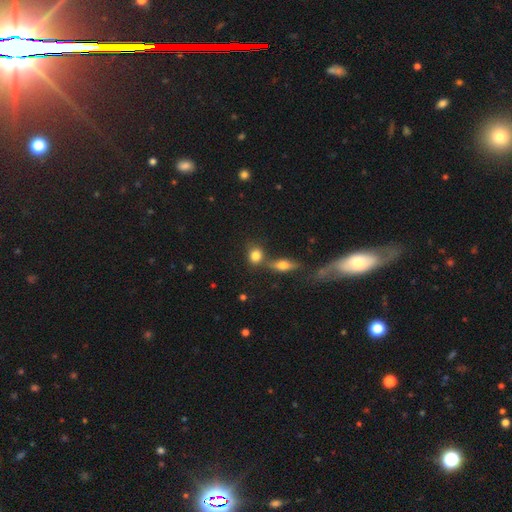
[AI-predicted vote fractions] A smooth galaxy with no disk features (79%) that is round (59%).

Vote fractions:
- Smooth or featured? smooth: 79% / featured or disk: 11% / star or artifact: 10%
- How rounded? round: 59% / in between: 37% / cigar-shaped: 4%
- Merging? none: 57% / merger: 27% / minor disturbance: 11% / major disturbance: 4%